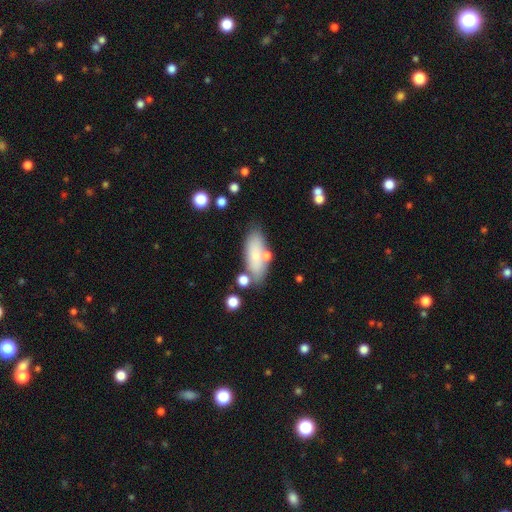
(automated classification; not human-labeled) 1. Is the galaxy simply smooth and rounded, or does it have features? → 70% smooth, 22% featured or disk, 8% star or artifact.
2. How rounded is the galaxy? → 75% in between, 22% cigar-shaped, 3% round.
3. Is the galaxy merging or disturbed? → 68% none, 16% minor disturbance, 11% merger, 5% major disturbance.